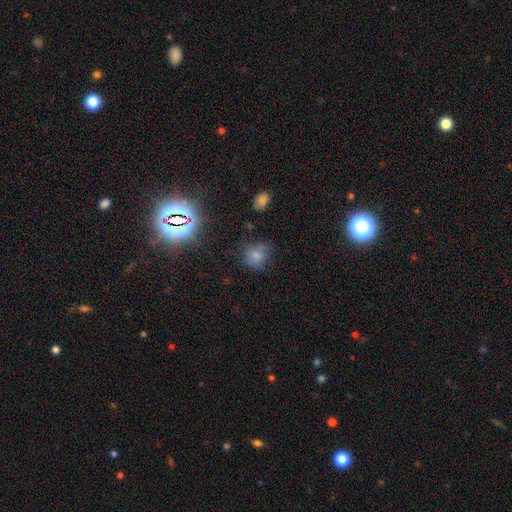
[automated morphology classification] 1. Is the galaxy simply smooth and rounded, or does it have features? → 70% smooth, 19% star or artifact, 11% featured or disk.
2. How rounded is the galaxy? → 72% round, 27% in between, 1% cigar-shaped.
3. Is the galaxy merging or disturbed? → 61% none, 24% minor disturbance, 11% major disturbance, 5% merger.